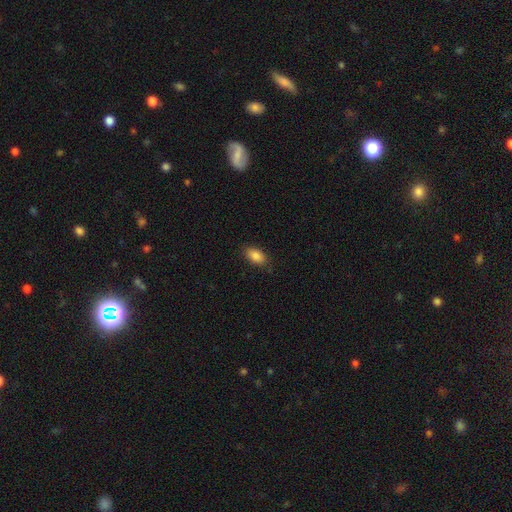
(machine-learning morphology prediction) This appears to be a smooth galaxy with no disk features (86%) that is in between round and cigar-shaped (92%). Merging: none (83%).